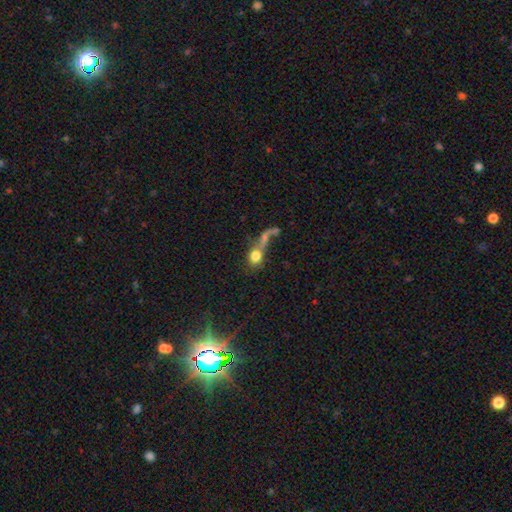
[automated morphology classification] A smooth galaxy with no disk features (70%) that is round (61%). Merging: merger (45%).